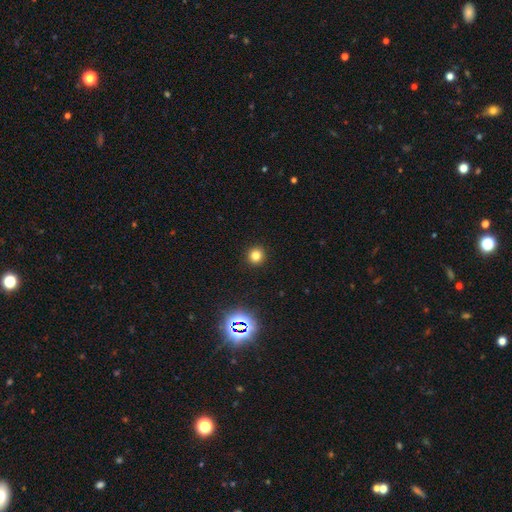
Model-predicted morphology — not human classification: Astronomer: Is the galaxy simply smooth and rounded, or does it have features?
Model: smooth — 78%.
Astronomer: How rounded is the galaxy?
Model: round — 93%.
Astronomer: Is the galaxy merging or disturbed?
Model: none — 93%.